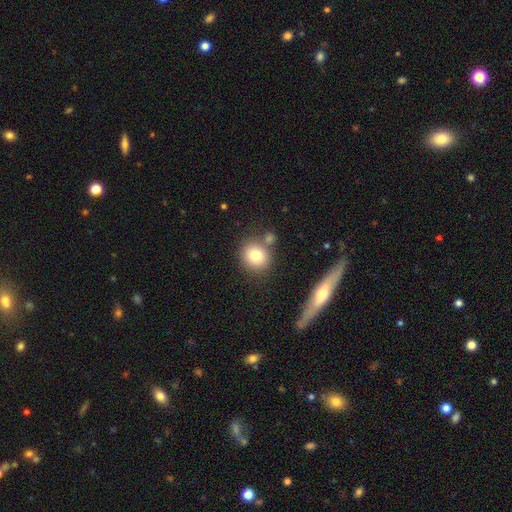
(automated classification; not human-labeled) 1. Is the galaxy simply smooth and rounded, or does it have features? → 80% smooth, 11% featured or disk, 10% star or artifact.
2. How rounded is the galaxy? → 84% round, 14% in between, 1% cigar-shaped.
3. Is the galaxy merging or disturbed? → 71% none, 14% merger, 11% minor disturbance, 4% major disturbance.